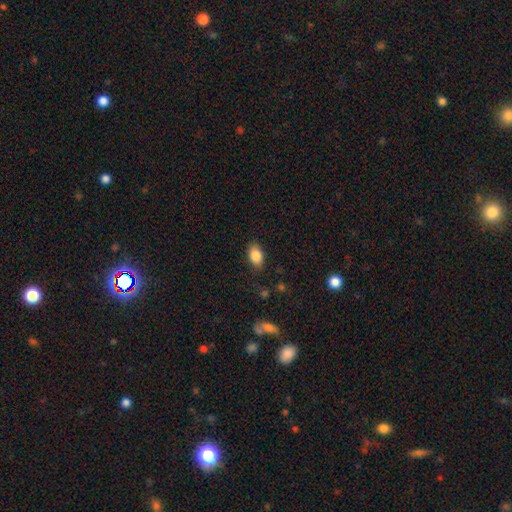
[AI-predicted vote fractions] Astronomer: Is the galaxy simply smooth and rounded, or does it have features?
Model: smooth — 85%.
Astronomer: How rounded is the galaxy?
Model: in between — 87%.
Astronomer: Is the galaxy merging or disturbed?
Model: none — 83%.